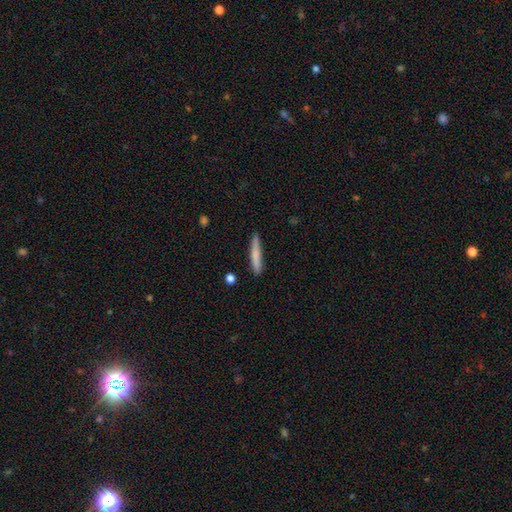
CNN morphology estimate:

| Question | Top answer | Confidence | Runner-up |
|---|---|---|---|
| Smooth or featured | smooth | 76% | featured or disk (18%) |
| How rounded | cigar-shaped | 94% | in between (5%) |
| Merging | none | 85% | minor disturbance (11%) |